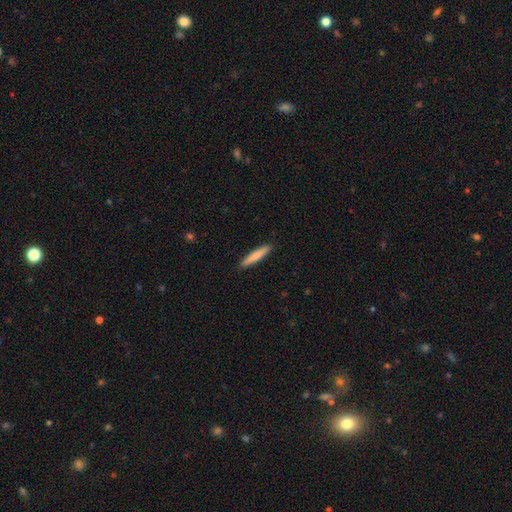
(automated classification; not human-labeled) A smooth galaxy with no disk features (73%) that is cigar-shaped (91%). Merging: none (91%).